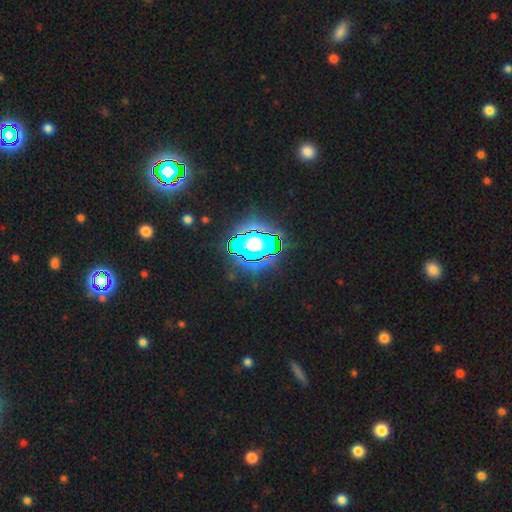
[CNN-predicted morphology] A star or artifact, not a galaxy (82%).

Vote fractions:
- Smooth or featured? star or artifact: 82% / smooth: 11% / featured or disk: 7%